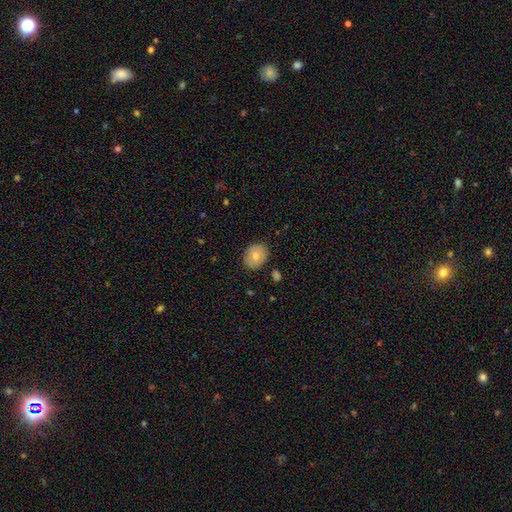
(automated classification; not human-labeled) A smooth galaxy with no disk features (75%) that is round (52%).

Vote fractions:
- Smooth or featured? smooth: 75% / featured or disk: 17% / star or artifact: 8%
- How rounded? round: 52% / in between: 47% / cigar-shaped: 1%
- Merging? none: 84% / minor disturbance: 12% / major disturbance: 2% / merger: 2%